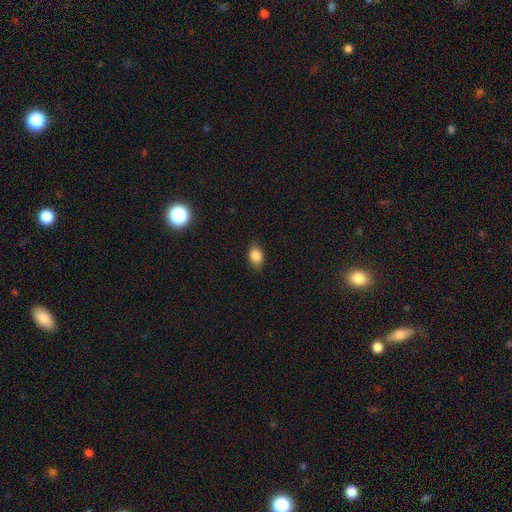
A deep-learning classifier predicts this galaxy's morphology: A smooth galaxy with no disk features (84%) that is in between round and cigar-shaped (79%).

Vote fractions:
- Smooth or featured? smooth: 84% / star or artifact: 9% / featured or disk: 7%
- How rounded? in between: 79% / round: 18% / cigar-shaped: 3%
- Merging? none: 82% / minor disturbance: 15% / major disturbance: 3% / merger: 1%